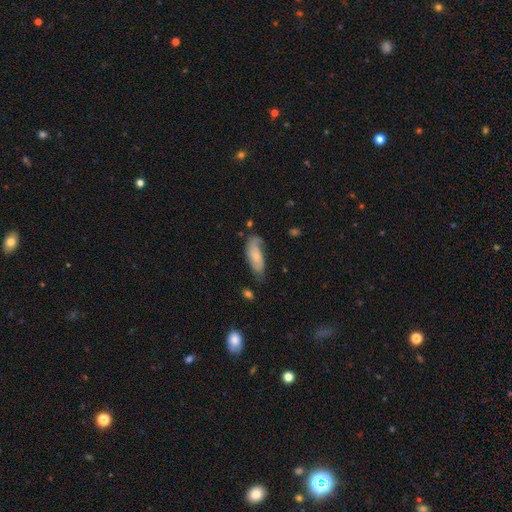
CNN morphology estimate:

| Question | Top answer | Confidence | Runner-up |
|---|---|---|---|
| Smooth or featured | smooth | 60% | featured or disk (33%) |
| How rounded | in between | 76% | cigar-shaped (22%) |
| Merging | none | 49% | minor disturbance (33%) |